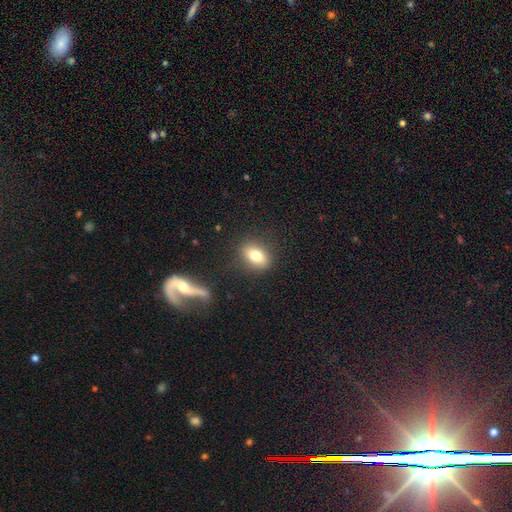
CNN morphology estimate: Smooth or featured: smooth — 77% (featured or disk — 14%)
How rounded: in between — 75% (round — 21%)
Merging: none — 84% (minor disturbance — 10%)